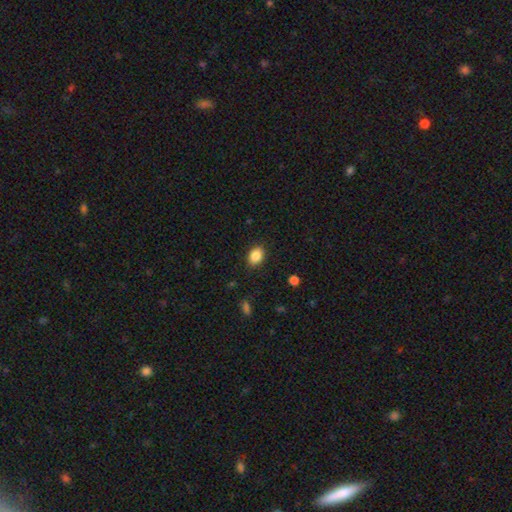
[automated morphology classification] The model was most divided on "how rounded": in between: 71%, round: 28%, cigar-shaped: 1%. More confident: smooth or featured — smooth (87%); merging — none (86%).